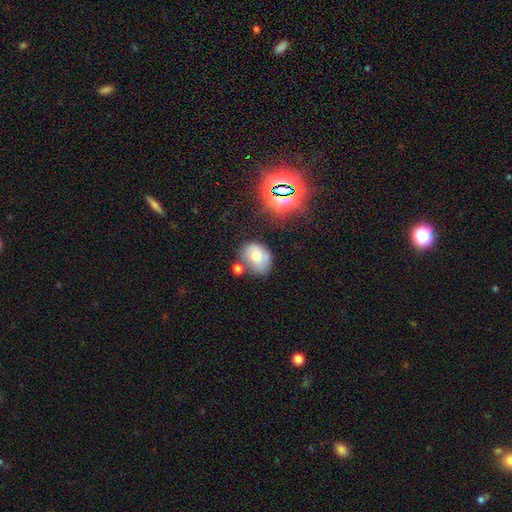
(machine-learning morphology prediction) Overall: smooth (61%). How rounded: in between (69%; round 30%). Merging: none (58%; minor disturbance 21%).